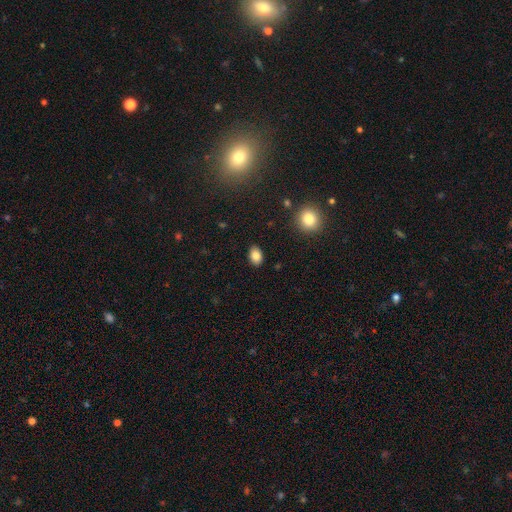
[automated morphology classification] A smooth galaxy with no disk features (84%) that is in between round and cigar-shaped (84%).

Vote fractions:
- Smooth or featured? smooth: 84% / star or artifact: 9% / featured or disk: 7%
- How rounded? in between: 84% / round: 15% / cigar-shaped: 1%
- Merging? none: 88% / minor disturbance: 9% / major disturbance: 2% / merger: 1%